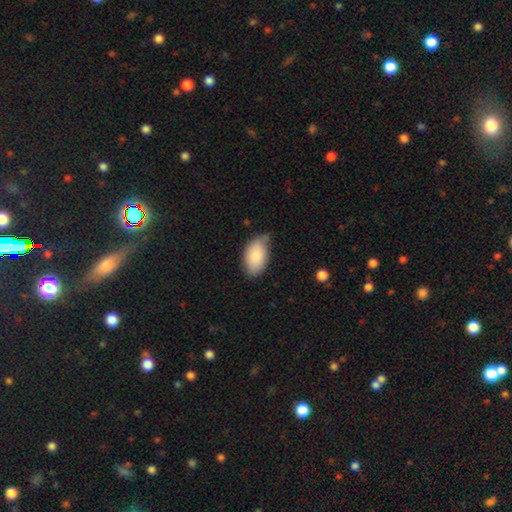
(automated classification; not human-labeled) Morphology: type=smooth (85%); roundness=in between (95%); merging=none (59%).